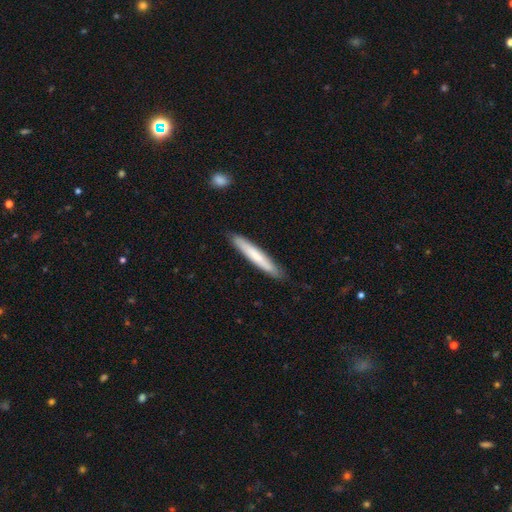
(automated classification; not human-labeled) A smooth galaxy with no disk features (69%) that is cigar-shaped (95%). Merging: none (87%).